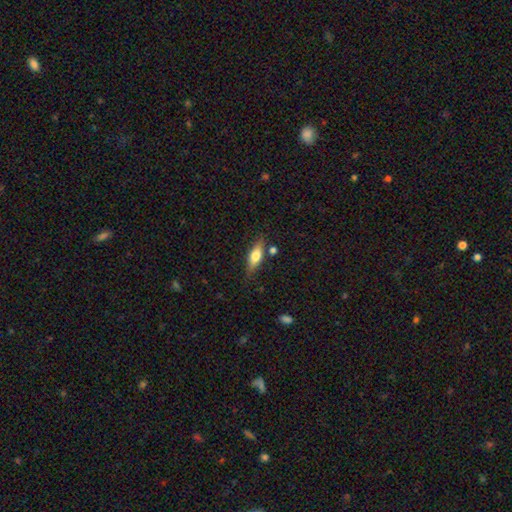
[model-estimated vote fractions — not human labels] This is possibly a smooth galaxy (57%). How rounded: possibly in between (57%). Merging: likely none (77%).